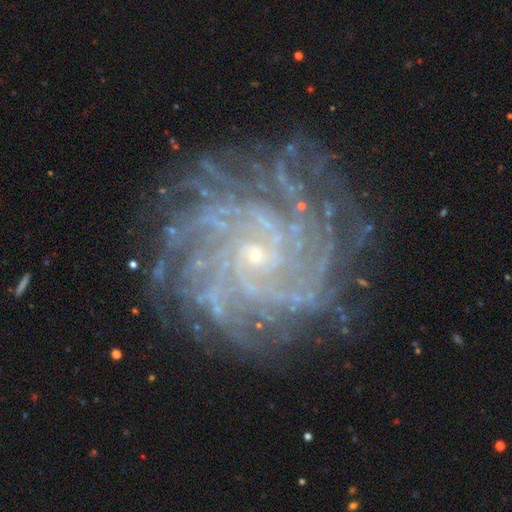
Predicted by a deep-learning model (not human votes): A featured or disk galaxy (89%) with no bar (69%), more than 4 (31%) tight (73%) spiral arms (97%) and a small central bulge (84%). Merging: none (81%).